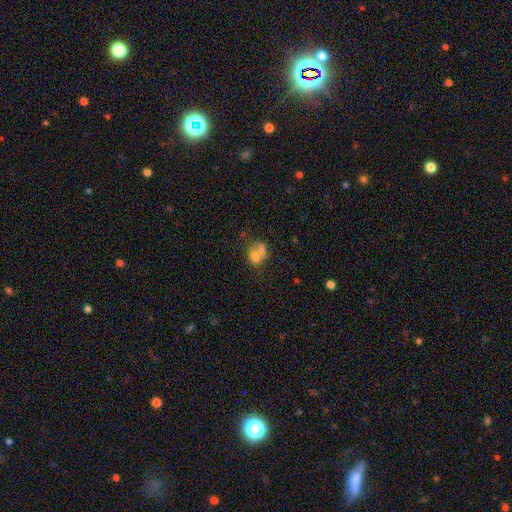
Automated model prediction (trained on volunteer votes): This appears to be a smooth galaxy with no disk features (63%) that is round (51%). Merging: merger (61%).